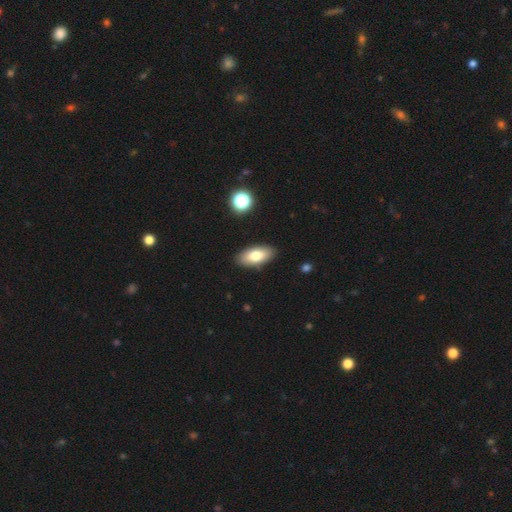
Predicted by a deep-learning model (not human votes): Smooth or featured? smooth (76%)
How rounded? in between (87%)
Merging? none (88%)